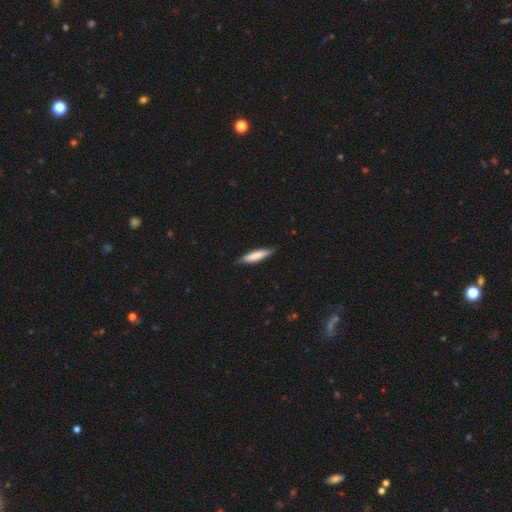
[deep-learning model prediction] A smooth galaxy with no disk features (77%) that is cigar-shaped (80%). Merging: none (84%).